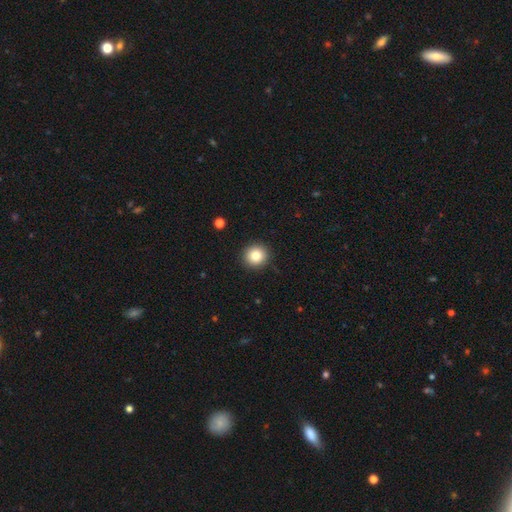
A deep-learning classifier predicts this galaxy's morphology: smooth 82%, star or artifact 10%, featured or disk 8%. Down the decision tree: how rounded — round (94%); merging — none (92%).